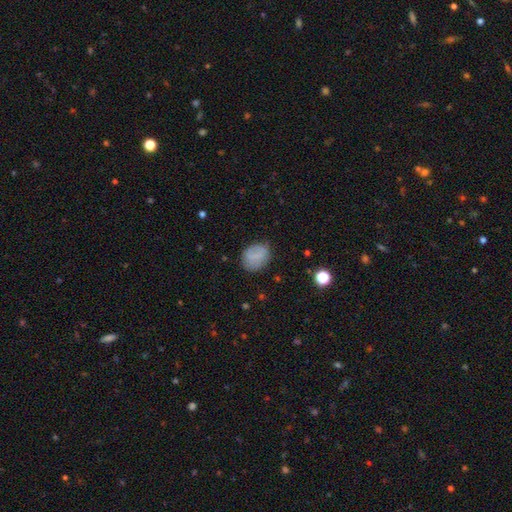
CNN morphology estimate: A smooth galaxy with no disk features (77%) that is in between round and cigar-shaped (51%).

Vote fractions:
- Smooth or featured? smooth: 77% / featured or disk: 14% / star or artifact: 9%
- How rounded? in between: 51% / round: 48% / cigar-shaped: 1%
- Merging? none: 80% / minor disturbance: 14% / major disturbance: 4% / merger: 1%